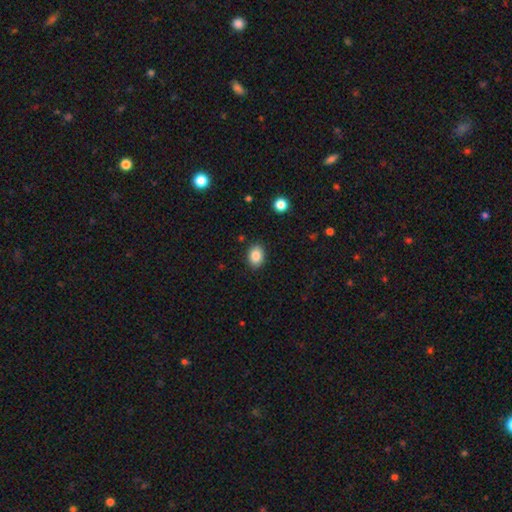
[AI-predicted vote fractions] Smooth or featured? smooth (86%)
How rounded? in between (69%)
Merging? none (87%)